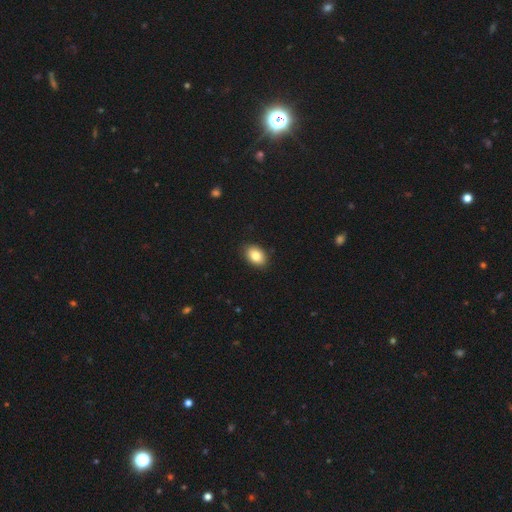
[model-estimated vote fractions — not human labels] Smooth or featured? Predicted: smooth (p=0.84). How rounded? Predicted: in between (p=0.81). Merging? Predicted: none (p=0.89).